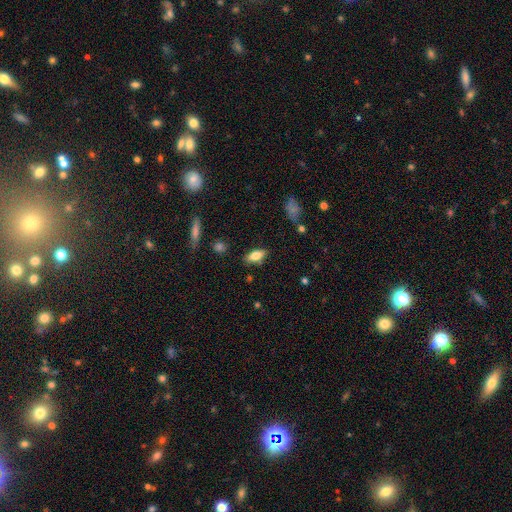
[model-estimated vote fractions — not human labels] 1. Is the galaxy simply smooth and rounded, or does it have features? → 75% smooth, 18% featured or disk, 7% star or artifact.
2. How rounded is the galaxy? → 83% in between, 15% cigar-shaped, 3% round.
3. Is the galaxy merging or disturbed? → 84% none, 11% minor disturbance, 3% major disturbance, 2% merger.